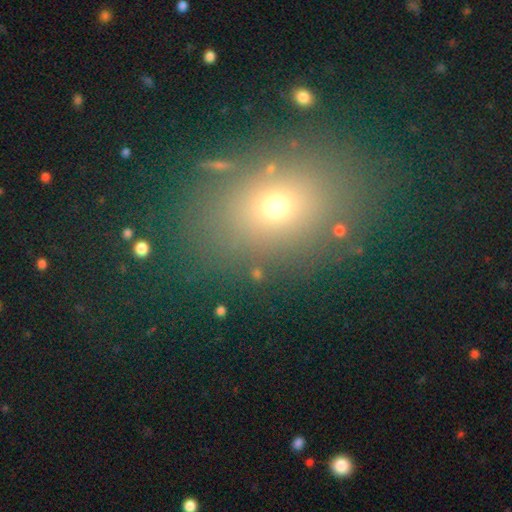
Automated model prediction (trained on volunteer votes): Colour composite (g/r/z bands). It shows a smooth galaxy with no disk features (64%) that is in between round and cigar-shaped (60%). Merging: none (84%).